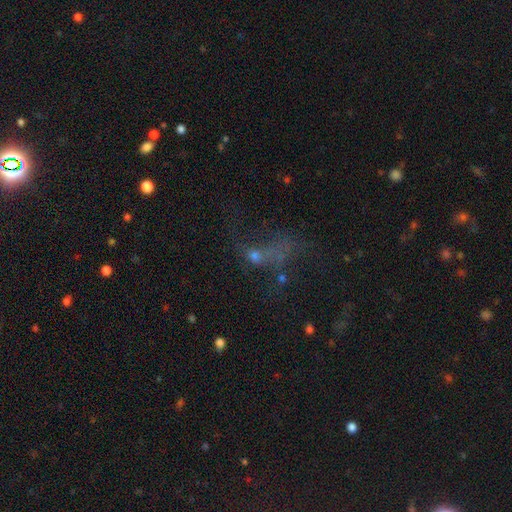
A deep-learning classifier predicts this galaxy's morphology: The model was most divided on "smooth or featured": featured or disk: 36%, smooth: 32%, star or artifact: 32%. Remaining: merging — major disturbance (46%).